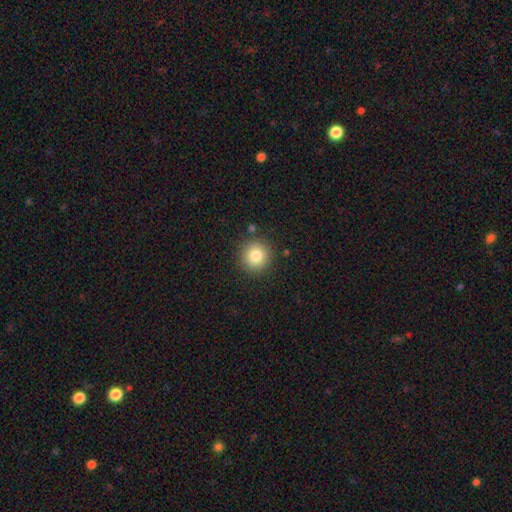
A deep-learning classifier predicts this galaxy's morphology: smooth-or-featured: smooth: 82% | star or artifact: 10% | featured or disk: 7%
  how-rounded: round: 94% | in between: 5% | cigar-shaped: 1%
  merging: none: 88% | minor disturbance: 8% | major disturbance: 2% | merger: 2%